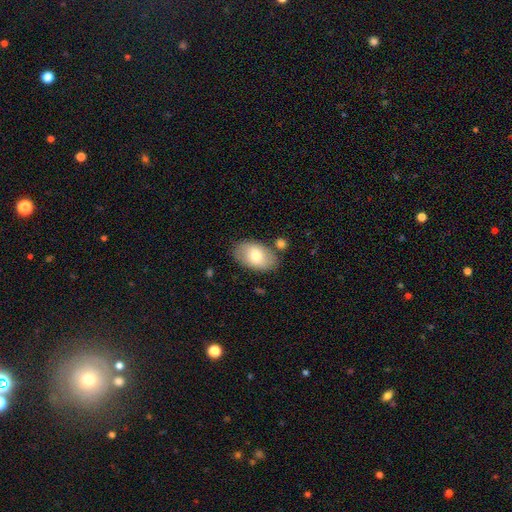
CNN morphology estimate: Smooth or featured? smooth (74%)
How rounded? in between (93%)
Merging? none (77%)